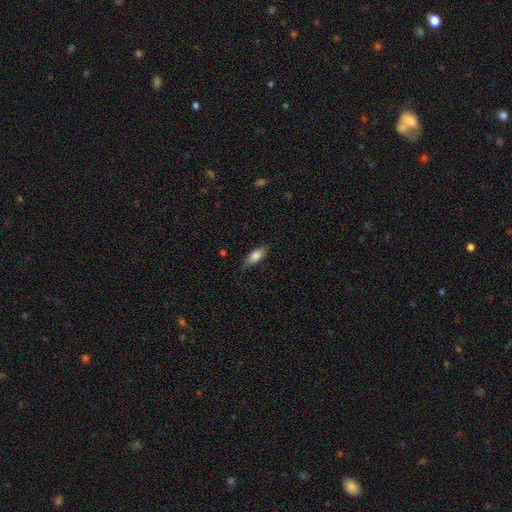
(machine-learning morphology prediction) A smooth galaxy with no disk features (80%) that is in between round and cigar-shaped (73%).

Vote fractions:
- Smooth or featured? smooth: 80% / featured or disk: 14% / star or artifact: 6%
- How rounded? in between: 73% / cigar-shaped: 25% / round: 2%
- Merging? none: 80% / minor disturbance: 15% / major disturbance: 3% / merger: 1%